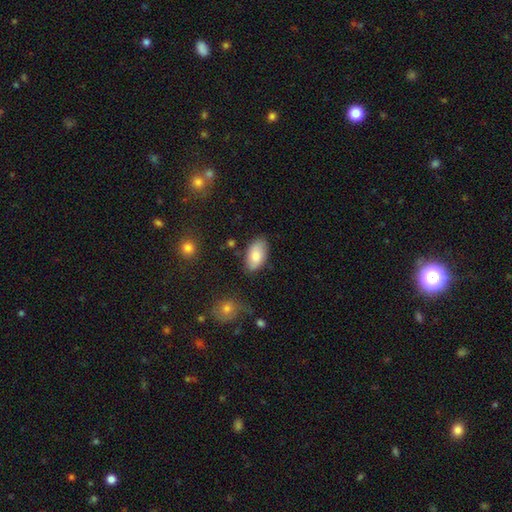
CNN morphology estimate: A smooth galaxy with no disk features (80%) that is in between round and cigar-shaped (94%).

Vote fractions:
- Smooth or featured? smooth: 80% / featured or disk: 13% / star or artifact: 7%
- How rounded? in between: 94% / round: 4% / cigar-shaped: 2%
- Merging? none: 80% / minor disturbance: 14% / major disturbance: 3% / merger: 3%